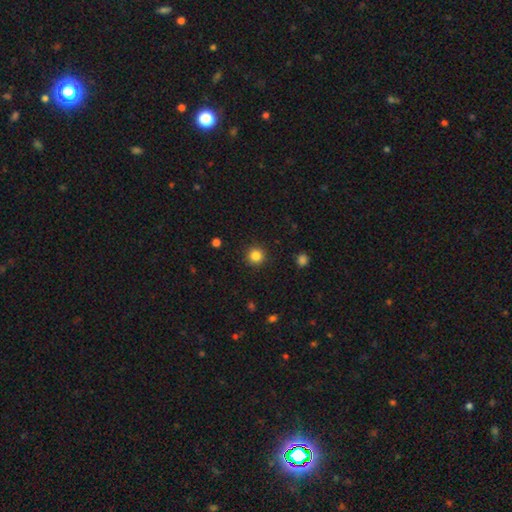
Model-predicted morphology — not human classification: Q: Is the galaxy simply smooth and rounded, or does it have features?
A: smooth — 84%.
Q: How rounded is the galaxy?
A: round — 95%.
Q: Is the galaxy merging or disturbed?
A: none — 92%.